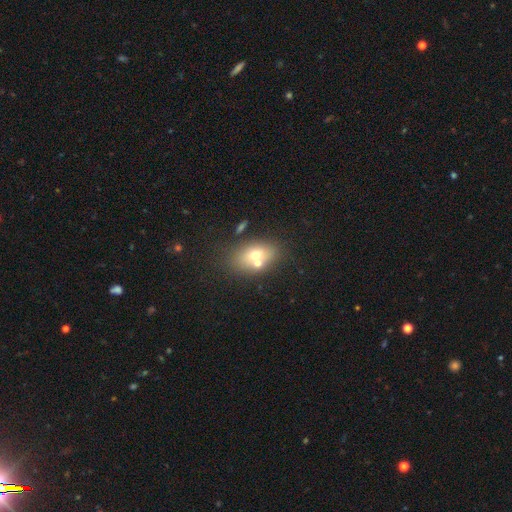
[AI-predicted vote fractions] smooth_or_featured: smooth (p=0.63) [alt: featured or disk p=0.26]
how_rounded: in between (p=0.76) [alt: round p=0.22]
merging: none (p=0.52) [alt: merger p=0.32]